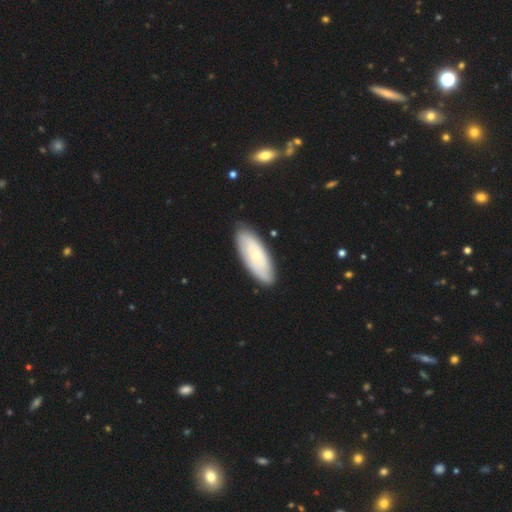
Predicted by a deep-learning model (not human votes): Smooth or featured? Predicted: featured or disk (p=0.49). Merging? Predicted: none (p=0.84).